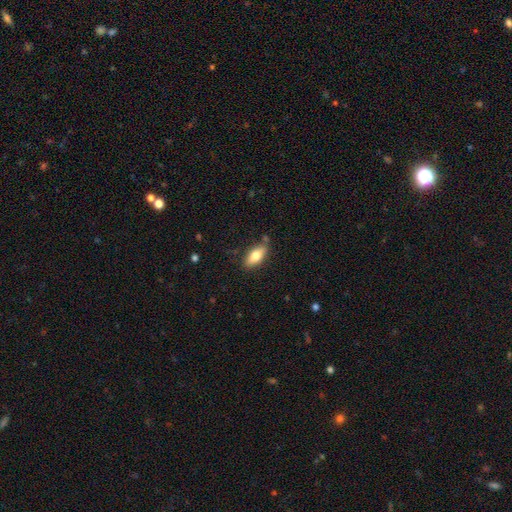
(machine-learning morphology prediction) smooth_or_featured: smooth (p=0.75) [alt: featured or disk p=0.18]
how_rounded: in between (p=0.83) [alt: cigar-shaped p=0.14]
merging: none (p=0.80) [alt: minor disturbance p=0.14]